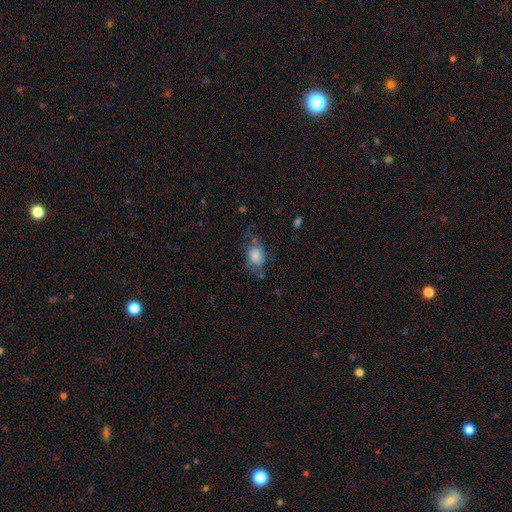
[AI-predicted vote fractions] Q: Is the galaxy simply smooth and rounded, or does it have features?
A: smooth — 64%.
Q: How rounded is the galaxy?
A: in between — 77%.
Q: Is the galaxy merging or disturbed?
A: none — 48%.